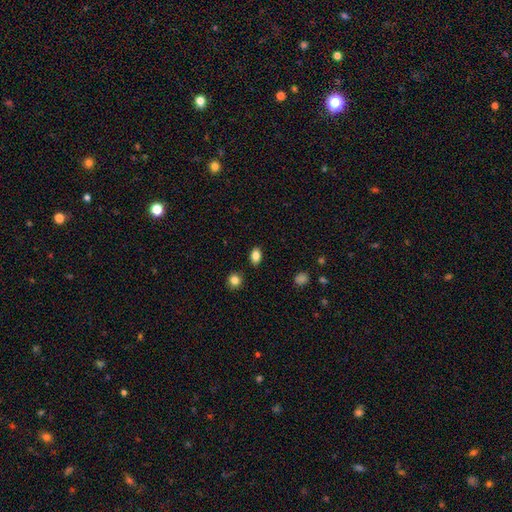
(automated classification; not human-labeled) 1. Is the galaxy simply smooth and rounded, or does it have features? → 85% smooth, 10% star or artifact, 6% featured or disk.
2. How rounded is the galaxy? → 82% in between, 16% round, 2% cigar-shaped.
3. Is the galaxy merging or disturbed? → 87% none, 9% minor disturbance, 2% major disturbance, 2% merger.